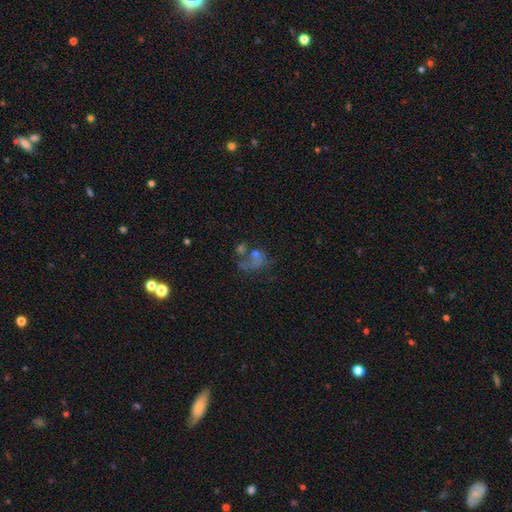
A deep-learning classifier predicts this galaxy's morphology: Smooth or featured? Predicted: smooth (p=0.38). Merging? Predicted: major disturbance (p=0.31).